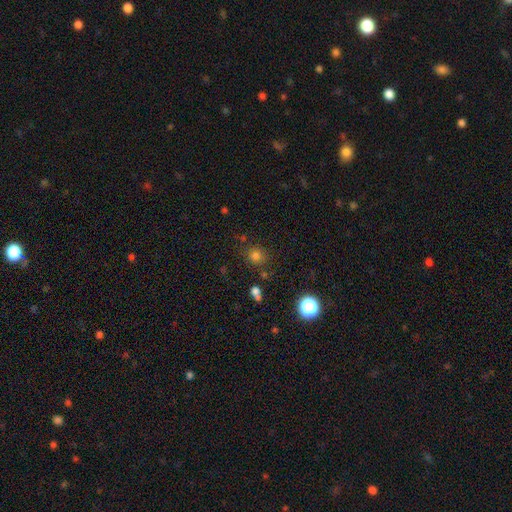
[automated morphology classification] type=smooth (75%); roundness=round (87%); merging=none (78%).